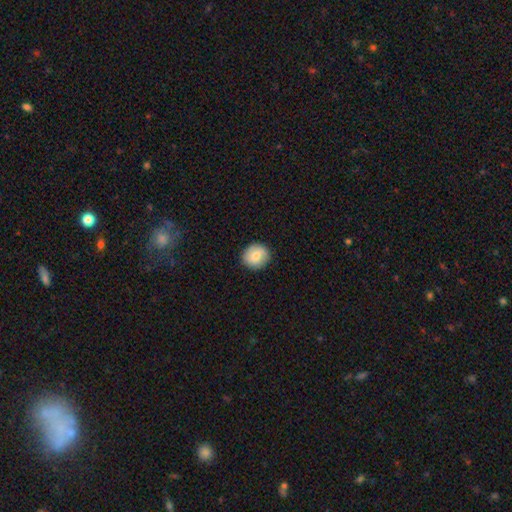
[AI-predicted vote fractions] This is likely a smooth galaxy (78%). How rounded: clearly round (86%). Merging: clearly none (89%).